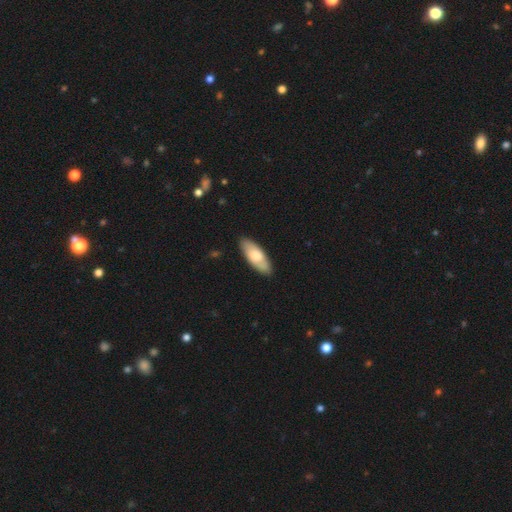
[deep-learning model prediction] Morphology: type=smooth (69%); roundness=in between (76%); merging=none (87%).